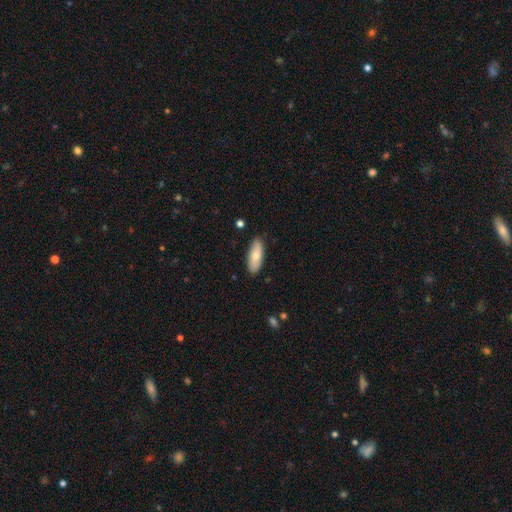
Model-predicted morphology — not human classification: smooth 74%, featured or disk 20%, star or artifact 6%. Down the decision tree: how rounded — in between (75%); merging — none (86%).